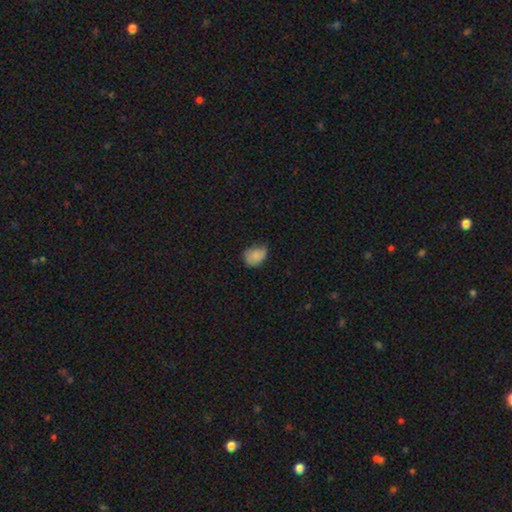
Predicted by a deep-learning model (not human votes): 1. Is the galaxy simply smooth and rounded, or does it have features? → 77% smooth, 13% featured or disk, 9% star or artifact.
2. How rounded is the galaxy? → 60% in between, 39% round, 1% cigar-shaped.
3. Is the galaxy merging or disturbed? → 51% none, 38% minor disturbance, 9% major disturbance, 1% merger.